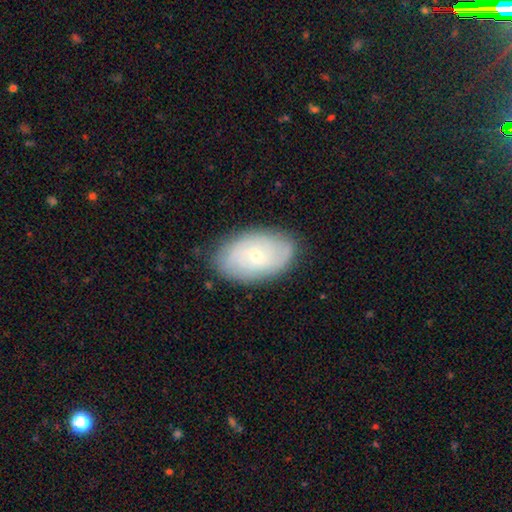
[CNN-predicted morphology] smooth_or_featured: featured or disk (p=0.57) [alt: smooth p=0.35]
disk_edge_on: no (p=0.94) [alt: yes p=0.06]
bar: no (p=0.61) [alt: weak p=0.33]
has_spiral_arms: yes (p=0.79) [alt: no p=0.21]
bulge_size: small (p=0.72) [alt: moderate p=0.24]
merging: none (p=0.81) [alt: minor disturbance p=0.14]